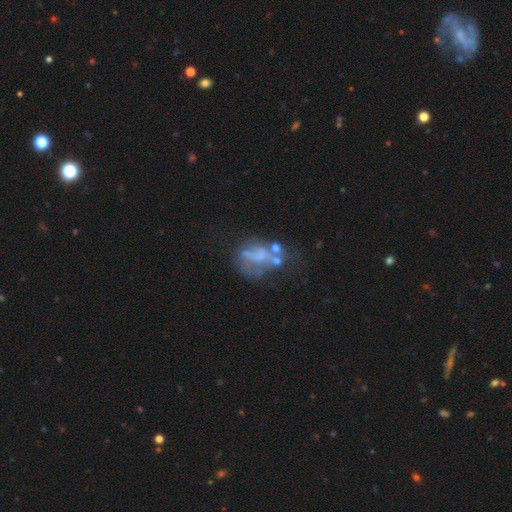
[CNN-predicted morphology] Smooth or featured? featured or disk (54%)
Edge-on disk? no (96%)
Bar? no (77%)
Spiral arms? no (79%)
Bulge size? none (56%)
Merging? none (35%)